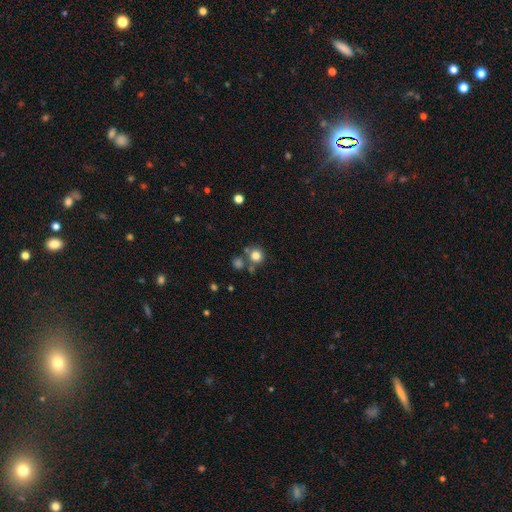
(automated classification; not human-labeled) Q: Smooth or featured?
A: smooth (80%); runner-up: star or artifact (13%)
Q: How rounded?
A: round (90%); runner-up: in between (9%)
Q: Merging?
A: none (65%); runner-up: merger (20%)